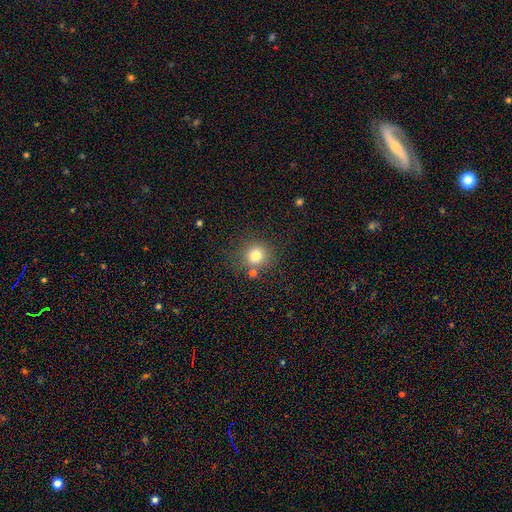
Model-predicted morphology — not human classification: Smooth or featured? smooth (78%)
How rounded? round (89%)
Merging? none (77%)